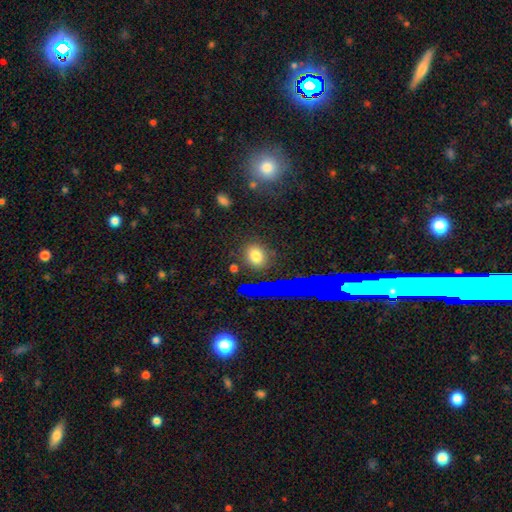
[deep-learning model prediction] Smooth or featured? smooth (76%)
How rounded? round (58%)
Merging? none (84%)